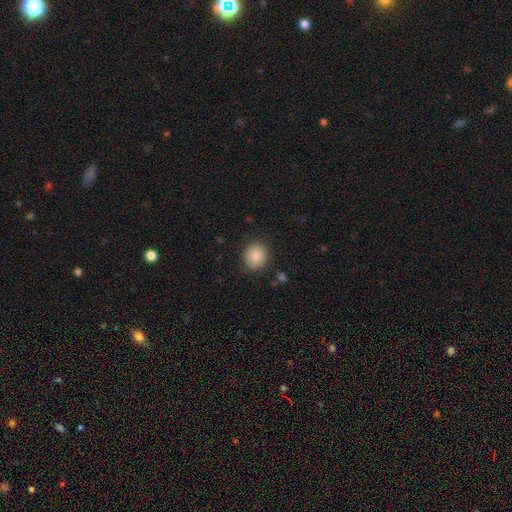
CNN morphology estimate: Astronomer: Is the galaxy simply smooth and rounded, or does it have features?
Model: smooth — 83%.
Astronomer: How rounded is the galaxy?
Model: round — 88%.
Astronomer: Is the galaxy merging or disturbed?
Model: none — 88%.